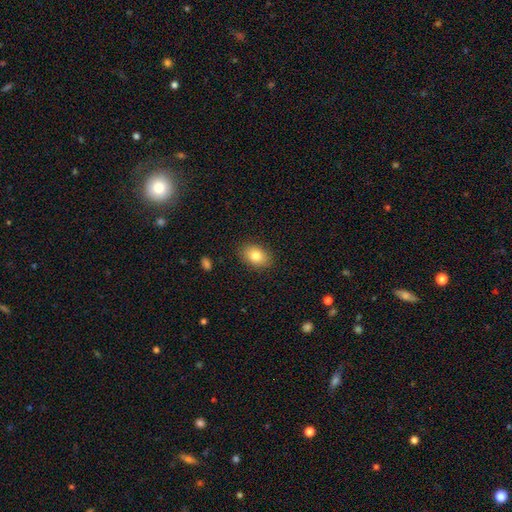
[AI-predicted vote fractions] smooth_or_featured: smooth (p=0.82) [alt: featured or disk p=0.10]
how_rounded: in between (p=0.82) [alt: round p=0.17]
merging: none (p=0.88) [alt: minor disturbance p=0.09]